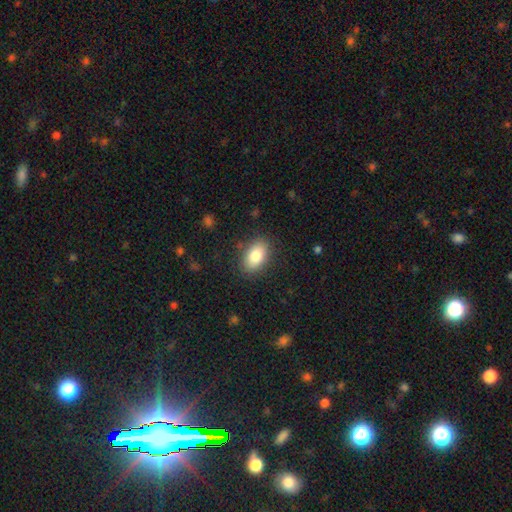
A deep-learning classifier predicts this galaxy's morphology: smooth_or_featured: smooth (p=0.84) [alt: featured or disk p=0.09]
how_rounded: in between (p=0.90) [alt: round p=0.08]
merging: none (p=0.85) [alt: minor disturbance p=0.10]